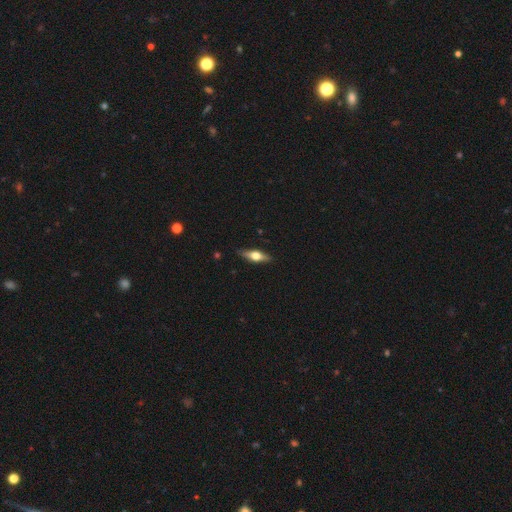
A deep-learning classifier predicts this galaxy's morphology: This is possibly a featured or disk galaxy (59%). It is clearly viewed edge-on (93%). Edge-on bulge: clearly rounded (94%). Merging: clearly none (87%).